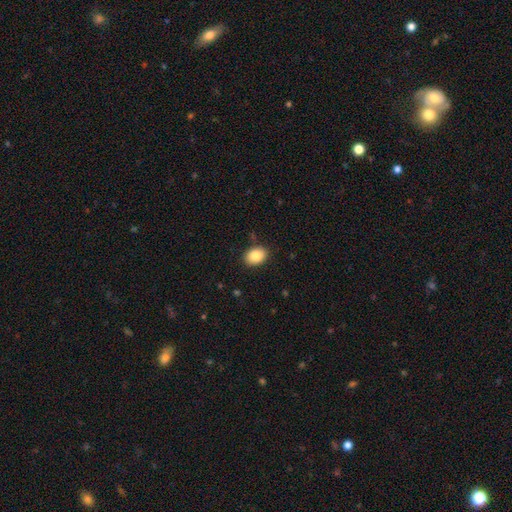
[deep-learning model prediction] smooth 86%, star or artifact 8%, featured or disk 6%. Down the decision tree: how rounded — in between (73%); merging — none (86%).